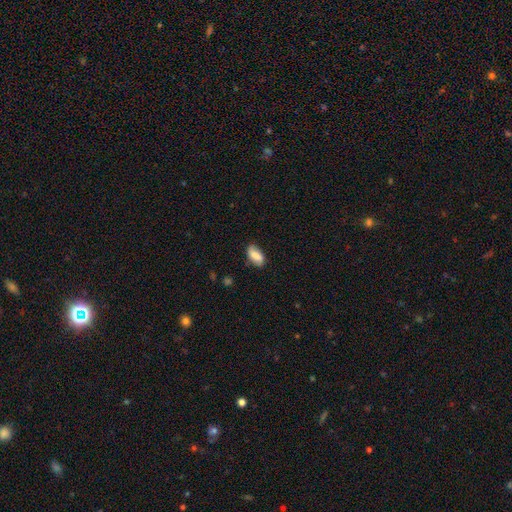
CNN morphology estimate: A smooth galaxy with no disk features (71%) that is in between round and cigar-shaped (89%).

Vote fractions:
- Smooth or featured? smooth: 71% / featured or disk: 21% / star or artifact: 8%
- How rounded? in between: 89% / cigar-shaped: 7% / round: 4%
- Merging? none: 75% / minor disturbance: 19% / major disturbance: 4% / merger: 2%